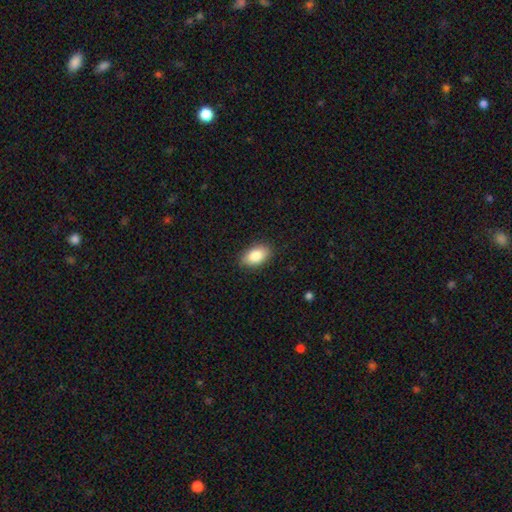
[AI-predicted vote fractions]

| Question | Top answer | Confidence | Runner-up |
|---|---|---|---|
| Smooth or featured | smooth | 85% | featured or disk (8%) |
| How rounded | in between | 91% | round (7%) |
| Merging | none | 87% | minor disturbance (10%) |